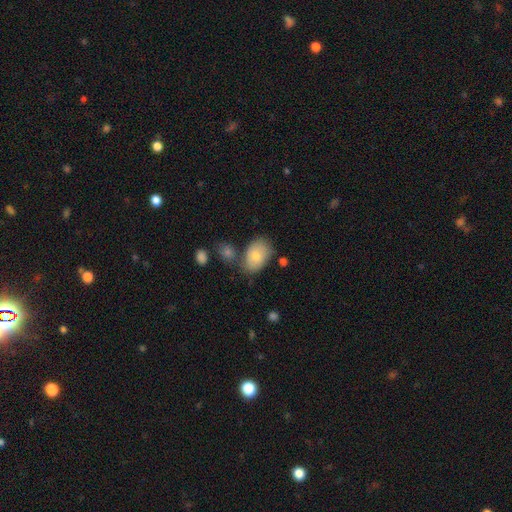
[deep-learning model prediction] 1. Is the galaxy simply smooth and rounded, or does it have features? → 77% smooth, 17% featured or disk, 7% star or artifact.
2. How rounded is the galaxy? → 86% in between, 12% round, 1% cigar-shaped.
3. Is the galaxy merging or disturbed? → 63% none, 19% minor disturbance, 14% merger, 5% major disturbance.